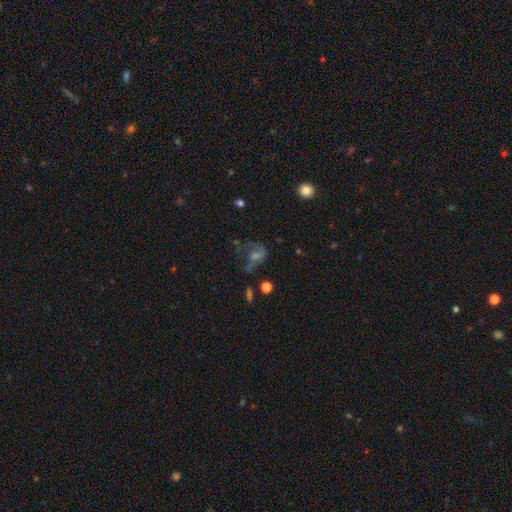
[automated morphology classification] This appears to be a featured or disk galaxy (47%). Merging: major disturbance (38%).